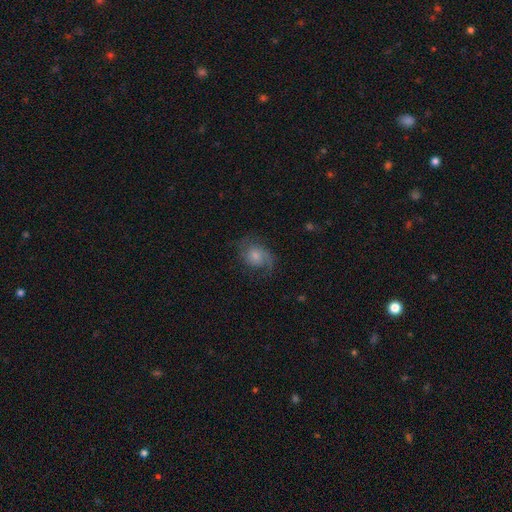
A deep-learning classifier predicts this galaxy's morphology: Smooth or featured? Predicted: featured or disk (p=0.66). Edge-on disk? Predicted: no (p=0.97). Bar? Predicted: no (p=0.71). Spiral arms? Predicted: yes (p=0.92). Spiral winding? Predicted: medium (p=0.44). Spiral arm count? Predicted: 2 (p=0.56). Bulge size? Predicted: moderate (p=0.45). Merging? Predicted: none (p=0.66).